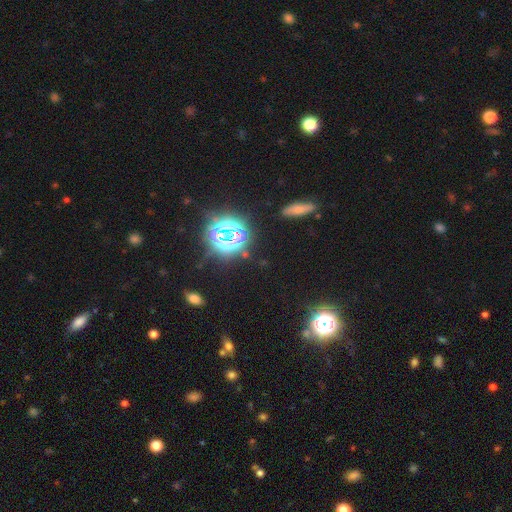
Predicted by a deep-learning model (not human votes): smooth_or_featured: star or artifact (p=0.73) [alt: smooth p=0.18]